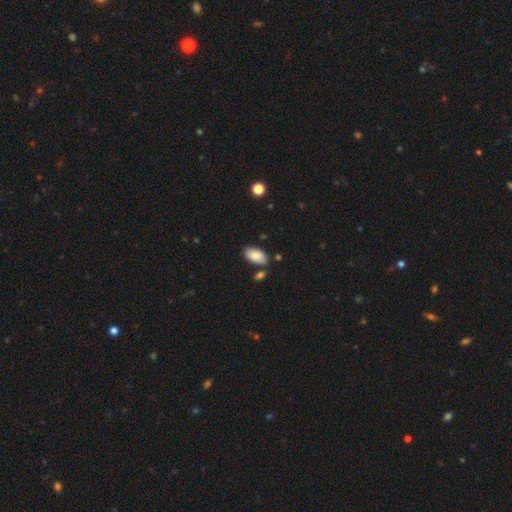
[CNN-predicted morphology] A smooth galaxy with no disk features (85%) that is in between round and cigar-shaped (95%). Merging: none (76%).